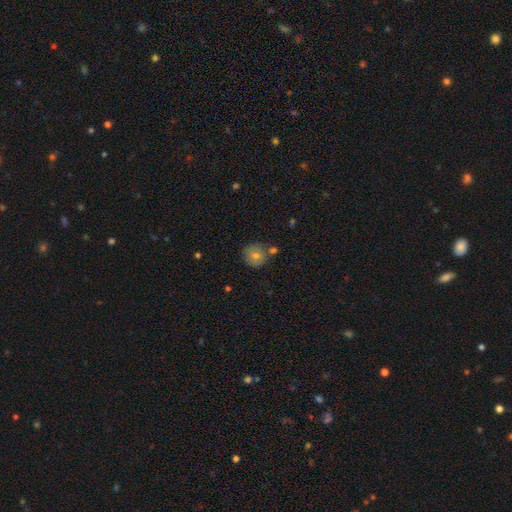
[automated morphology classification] A smooth galaxy with no disk features (71%) that is round (91%).

Vote fractions:
- Smooth or featured? smooth: 71% / featured or disk: 16% / star or artifact: 13%
- How rounded? round: 91% / in between: 8% / cigar-shaped: 1%
- Merging? none: 77% / minor disturbance: 11% / merger: 9% / major disturbance: 3%